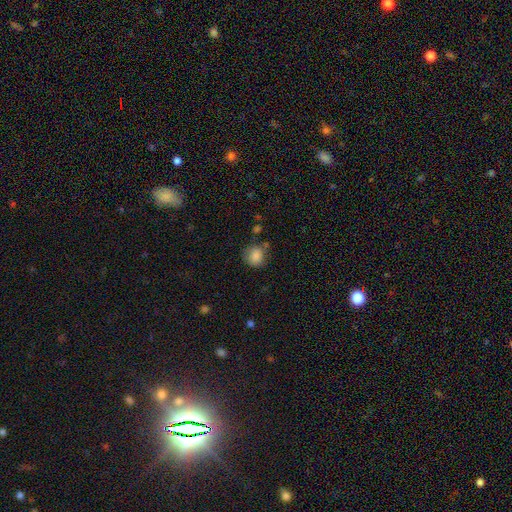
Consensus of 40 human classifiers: Smooth or featured: smooth — 88% (star or artifact — 10%)
How rounded: round — 71% (in between — 26%)
Merging: none — 78% (minor disturbance — 19%)